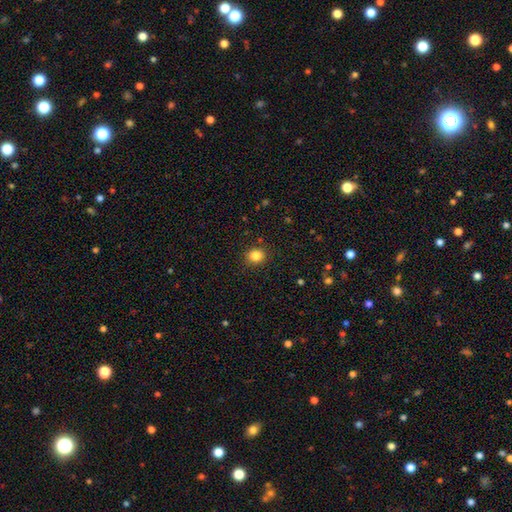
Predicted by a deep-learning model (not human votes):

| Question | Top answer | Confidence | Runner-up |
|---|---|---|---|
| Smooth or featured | smooth | 84% | star or artifact (11%) |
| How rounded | round | 73% | in between (26%) |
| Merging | none | 89% | minor disturbance (8%) |